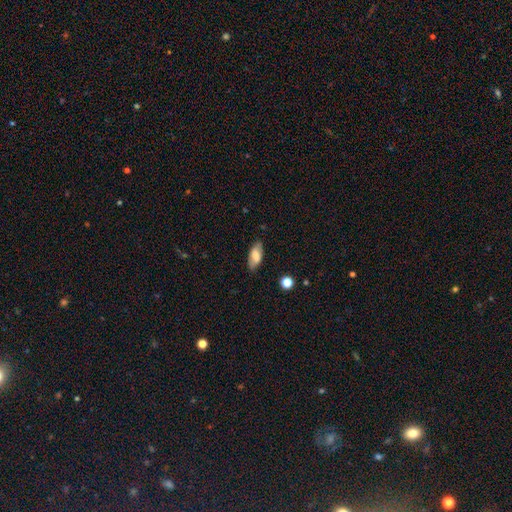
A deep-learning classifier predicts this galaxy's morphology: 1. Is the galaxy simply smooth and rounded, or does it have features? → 70% smooth, 23% featured or disk, 7% star or artifact.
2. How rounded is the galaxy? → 84% in between, 13% cigar-shaped, 3% round.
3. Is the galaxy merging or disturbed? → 81% none, 14% minor disturbance, 3% major disturbance, 1% merger.